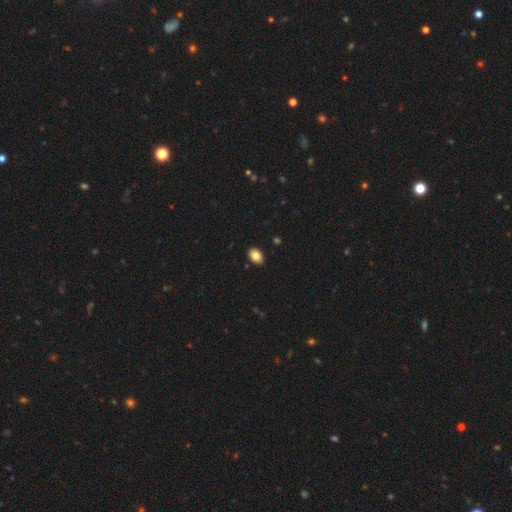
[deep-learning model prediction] Smooth or featured: smooth — 85% (star or artifact — 9%)
How rounded: in between — 84% (round — 15%)
Merging: none — 89% (minor disturbance — 8%)